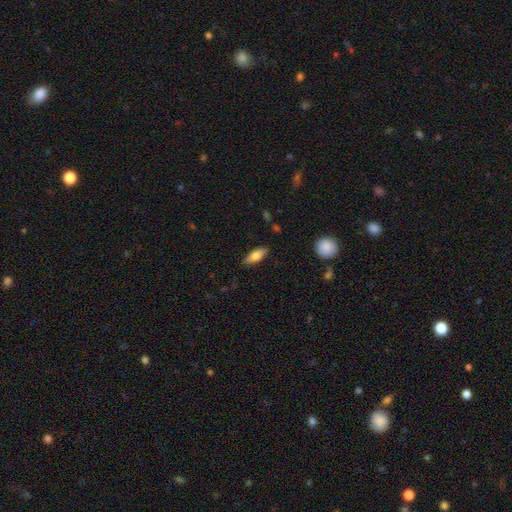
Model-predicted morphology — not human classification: Smooth or featured? Predicted: smooth (p=0.73). How rounded? Predicted: in between (p=0.71). Merging? Predicted: none (p=0.87).